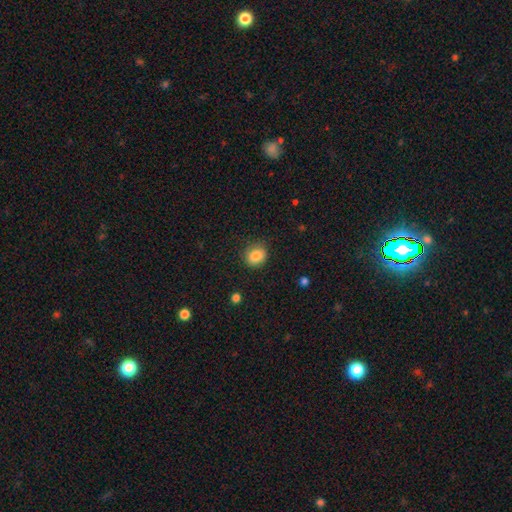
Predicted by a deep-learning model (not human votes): A smooth galaxy with no disk features (85%) that is round (68%).

Vote fractions:
- Smooth or featured? smooth: 85% / star or artifact: 9% / featured or disk: 6%
- How rounded? round: 68% / in between: 31% / cigar-shaped: 1%
- Merging? none: 83% / minor disturbance: 13% / major disturbance: 3% / merger: 1%